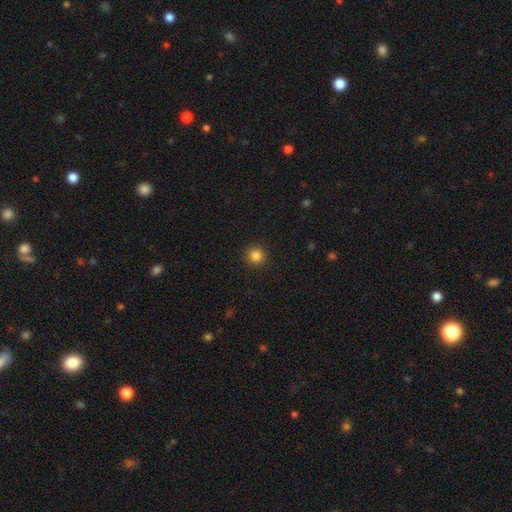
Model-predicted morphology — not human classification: Smooth or featured: smooth — 85% (star or artifact — 11%)
How rounded: round — 95% (in between — 4%)
Merging: none — 92% (minor disturbance — 5%)